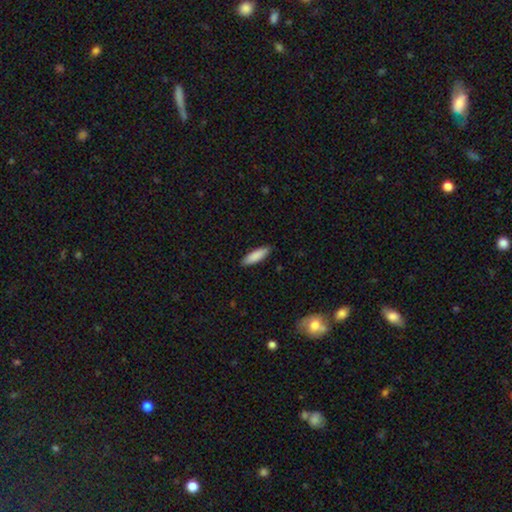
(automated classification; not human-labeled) Q: Smooth or featured?
A: smooth (88%); runner-up: featured or disk (6%)
Q: How rounded?
A: cigar-shaped (53%); runner-up: in between (46%)
Q: Merging?
A: none (89%); runner-up: minor disturbance (8%)